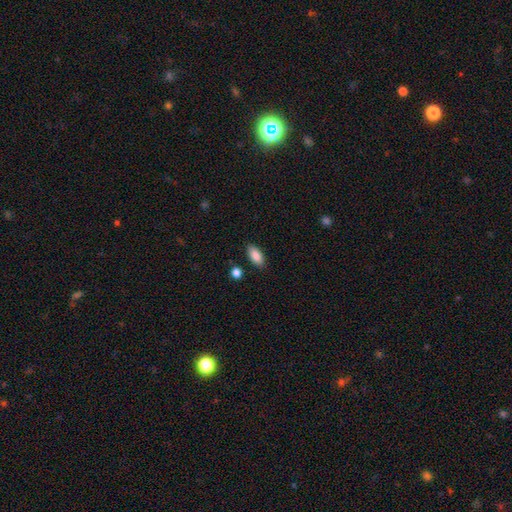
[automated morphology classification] Q: Smooth or featured?
A: smooth (88%); runner-up: star or artifact (7%)
Q: How rounded?
A: in between (89%); runner-up: cigar-shaped (8%)
Q: Merging?
A: none (86%); runner-up: minor disturbance (9%)